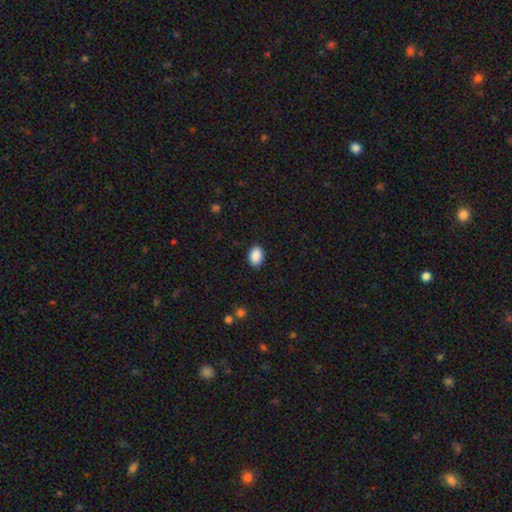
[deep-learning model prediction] Smooth or featured: smooth — 90% (star or artifact — 7%)
How rounded: in between — 86% (round — 13%)
Merging: none — 88% (minor disturbance — 9%)